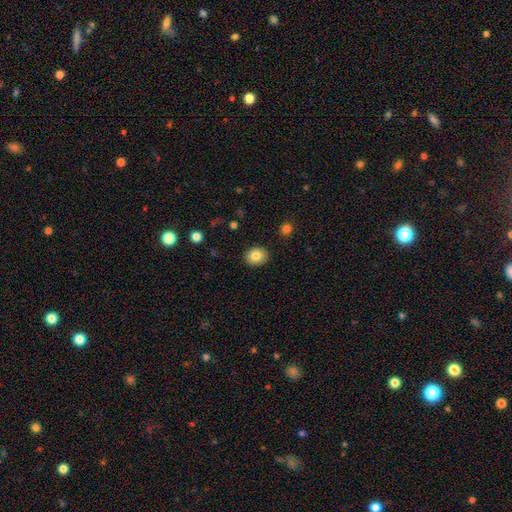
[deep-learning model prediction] Smooth or featured: smooth — 83% (star or artifact — 9%)
How rounded: round — 63% (in between — 36%)
Merging: none — 89% (minor disturbance — 7%)